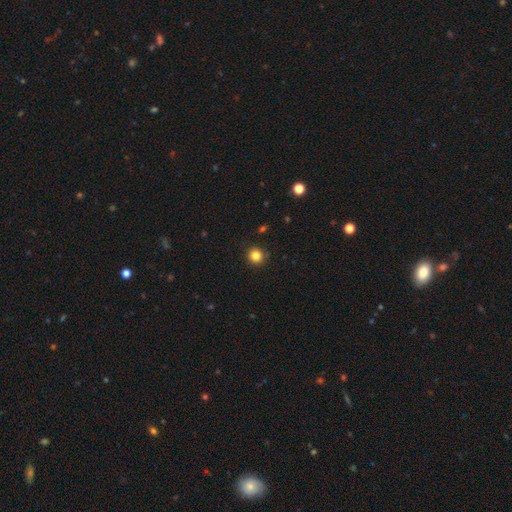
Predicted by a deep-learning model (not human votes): This is clearly a smooth galaxy (83%). How rounded: clearly round (92%). Merging: clearly none (90%).